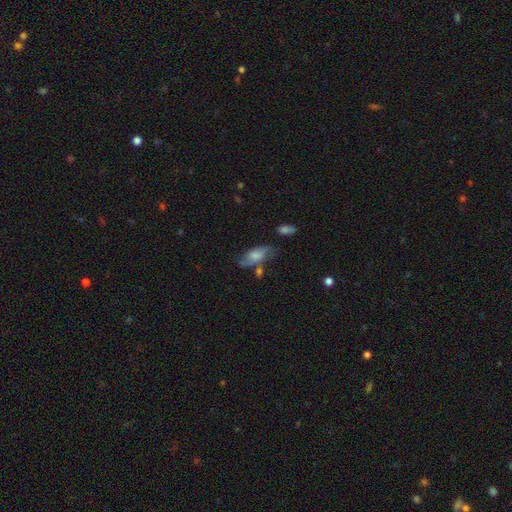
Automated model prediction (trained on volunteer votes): A smooth galaxy with no disk features (59%) that is in between round and cigar-shaped (84%).

Vote fractions:
- Smooth or featured? smooth: 59% / featured or disk: 33% / star or artifact: 8%
- How rounded? in between: 84% / cigar-shaped: 13% / round: 3%
- Merging? none: 53% / minor disturbance: 26% / major disturbance: 12% / merger: 10%